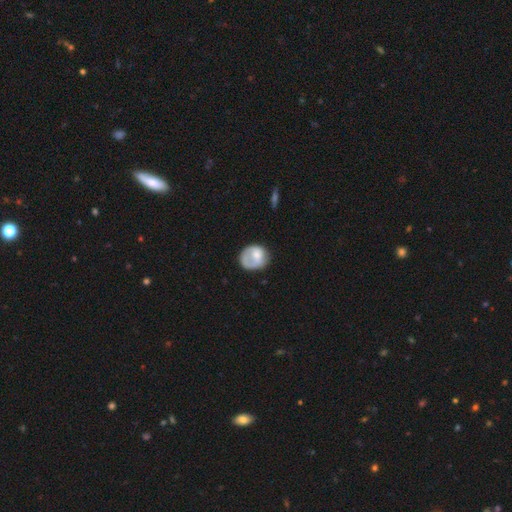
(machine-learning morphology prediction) Smooth or featured: smooth — 63% (featured or disk — 30%)
How rounded: round — 65% (in between — 34%)
Merging: none — 48% (minor disturbance — 28%)